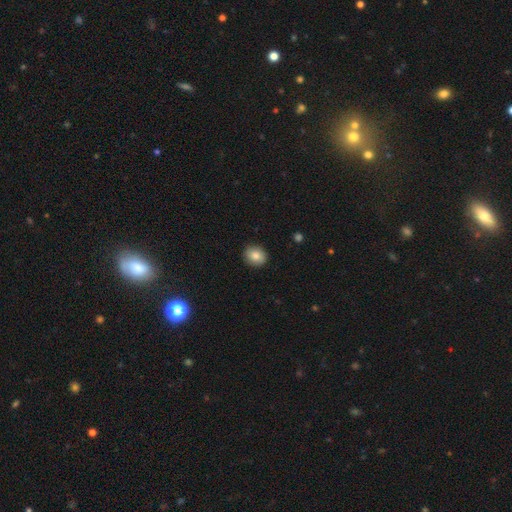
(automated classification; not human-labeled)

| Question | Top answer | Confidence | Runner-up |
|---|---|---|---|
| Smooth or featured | smooth | 84% | star or artifact (8%) |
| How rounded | round | 69% | in between (30%) |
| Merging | none | 90% | minor disturbance (7%) |